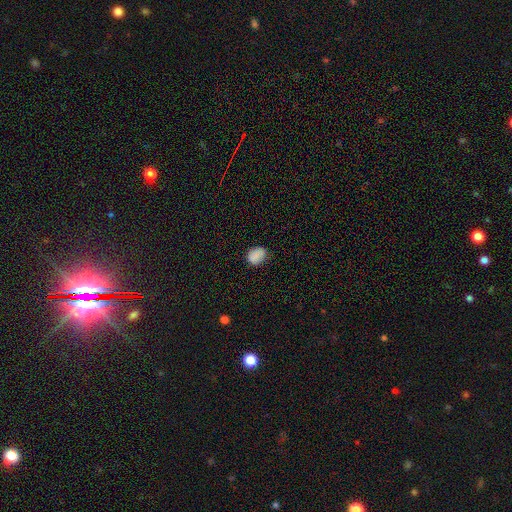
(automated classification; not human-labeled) Morphology: type=smooth (85%); roundness=in between (62%); merging=none (73%).